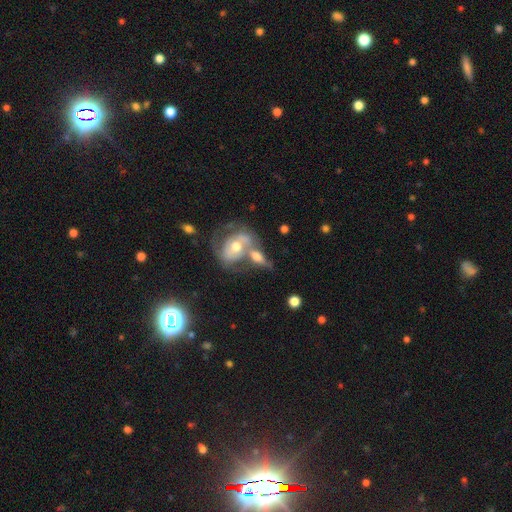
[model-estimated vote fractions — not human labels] Smooth or featured?
  - featured or disk: 64% *
  - smooth: 26%
  - star or artifact: 10%
Edge-on disk?
  - no: 89% *
  - yes: 11%
Bar?
  - no: 65% *
  - weak: 25%
  - strong: 10%
Spiral arms?
  - yes: 66% *
  - no: 34%
Bulge size?
  - moderate: 69% *
  - small: 20%
  - large: 7%
  - none: 2%
  - dominant: 2%
Merging?
  - merger: 53% *
  - none: 28%
  - minor disturbance: 11%
  - major disturbance: 9%